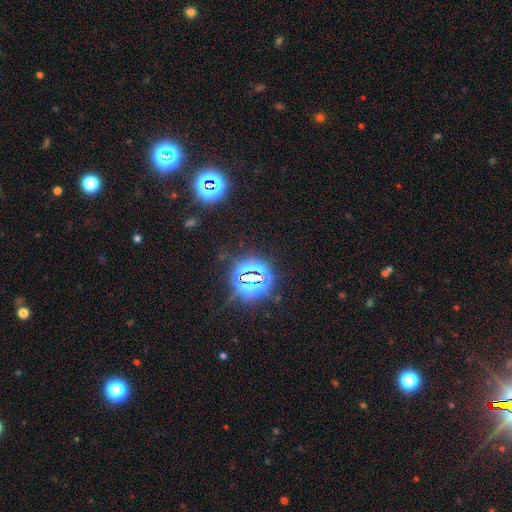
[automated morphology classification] This appears to be a star or artifact, not a galaxy (82%).